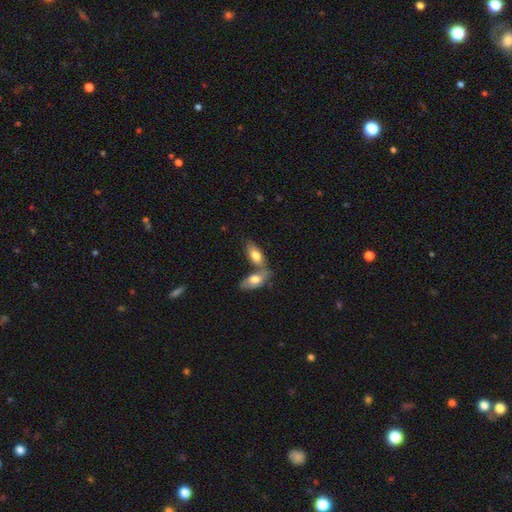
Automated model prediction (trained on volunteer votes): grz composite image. It shows a smooth galaxy with no disk features (74%) that is in between round and cigar-shaped (88%). Merging: merger (56%).